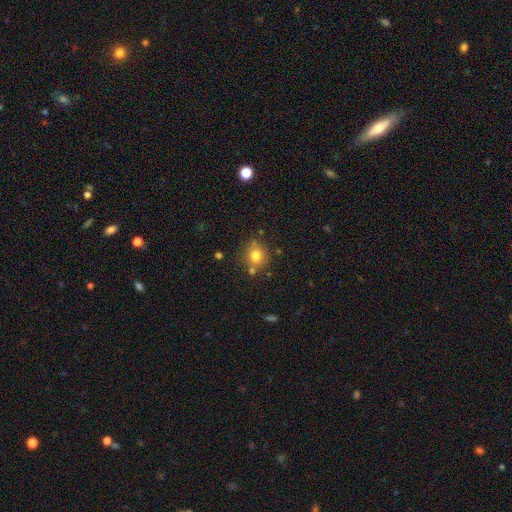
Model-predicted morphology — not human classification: A smooth galaxy with no disk features (76%) that is round (81%). Merging: none (74%).